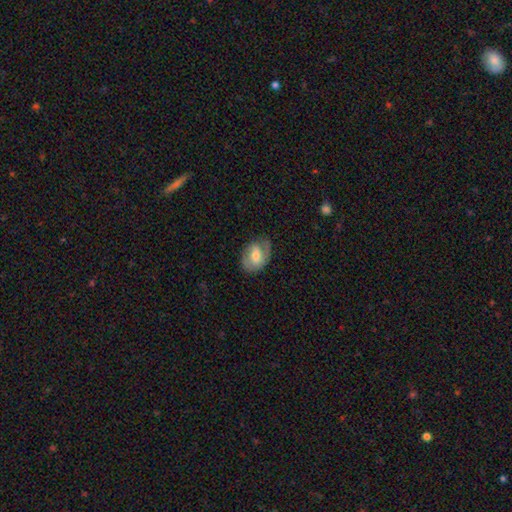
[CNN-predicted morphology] Q: Smooth or featured?
A: featured or disk (56%); runner-up: smooth (38%)
Q: Edge-on disk?
A: no (96%); runner-up: yes (4%)
Q: Bar?
A: weak (44%); runner-up: no (41%)
Q: Spiral arms?
A: yes (80%); runner-up: no (20%)
Q: Bulge size?
A: moderate (60%); runner-up: small (31%)
Q: Merging?
A: none (65%); runner-up: minor disturbance (23%)